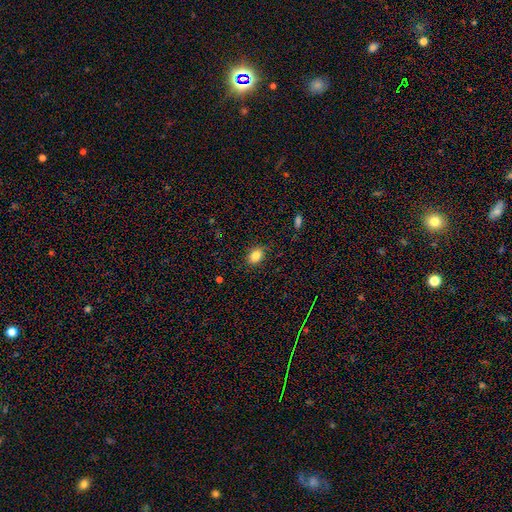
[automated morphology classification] smooth 83%, star or artifact 10%, featured or disk 6%. Down the decision tree: how rounded — in between (59%); merging — none (85%).